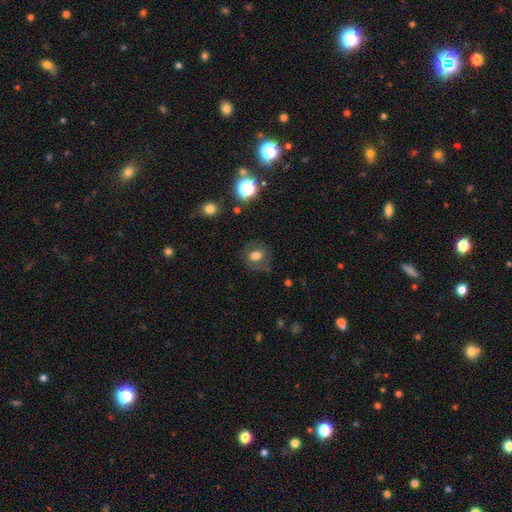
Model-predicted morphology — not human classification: A smooth galaxy with no disk features (64%) that is round (59%). Merging: none (73%).